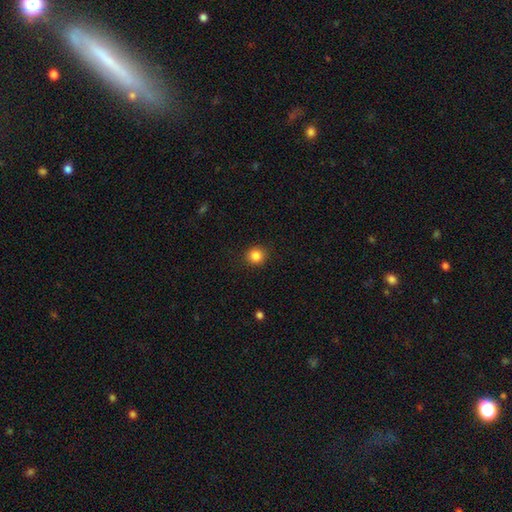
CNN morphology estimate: A smooth galaxy with no disk features (85%) that is round (90%). Merging: none (90%).